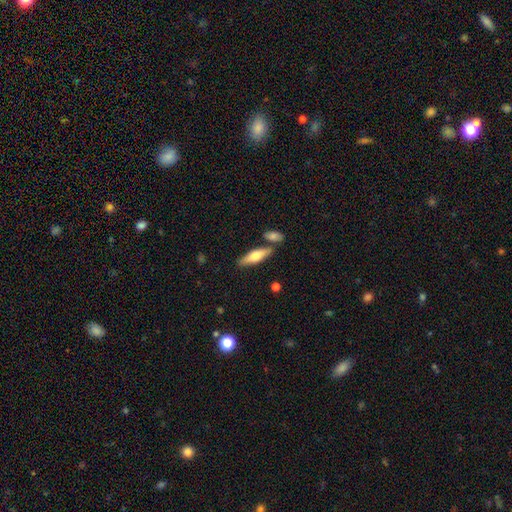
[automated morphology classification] This appears to be a smooth galaxy with no disk features (57%) that is cigar-shaped (54%). Merging: none (75%).